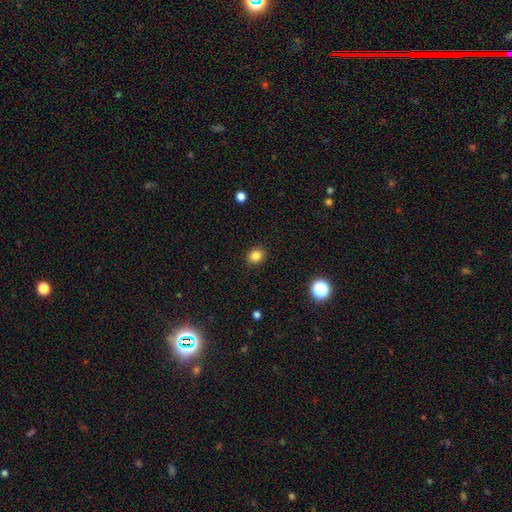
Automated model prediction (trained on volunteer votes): The model was most divided on "how rounded": round: 64%, in between: 35%, cigar-shaped: 1%. More confident: merging — none (90%); smooth or featured — smooth (83%).